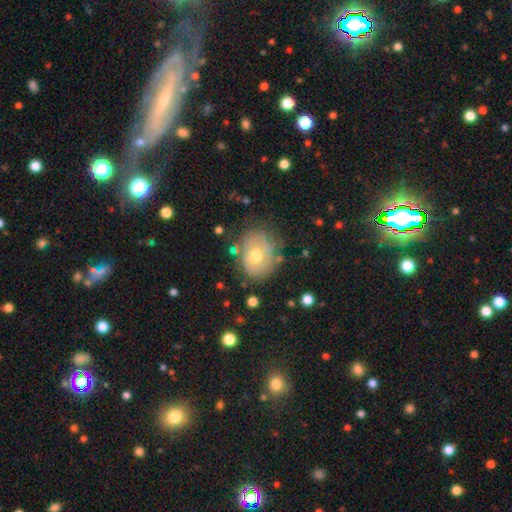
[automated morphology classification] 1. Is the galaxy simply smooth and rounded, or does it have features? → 50% smooth, 42% featured or disk, 9% star or artifact.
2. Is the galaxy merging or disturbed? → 70% none, 20% minor disturbance, 7% major disturbance, 3% merger.